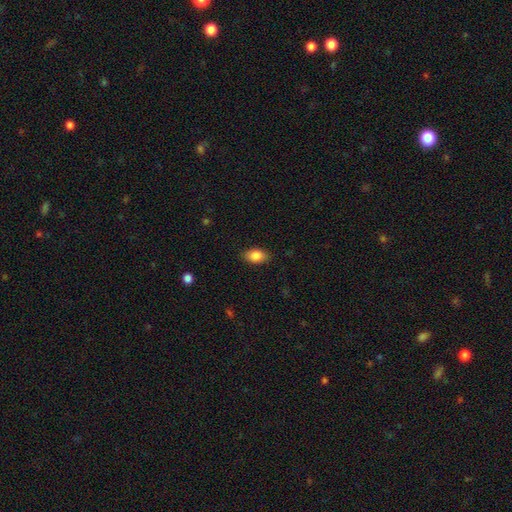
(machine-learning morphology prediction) Smooth or featured? Predicted: smooth (p=0.86). How rounded? Predicted: in between (p=0.89). Merging? Predicted: none (p=0.86).